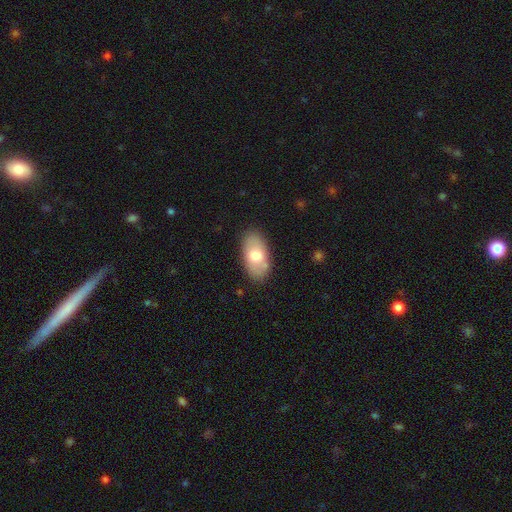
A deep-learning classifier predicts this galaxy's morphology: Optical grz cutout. It shows a smooth galaxy with no disk features (68%) that is in between round and cigar-shaped (93%). Merging: none (82%).